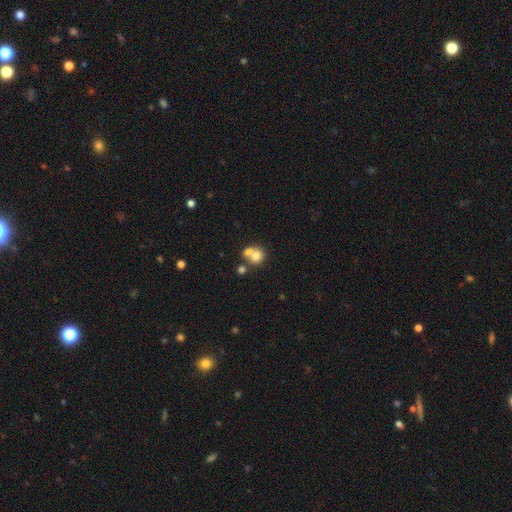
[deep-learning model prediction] Smooth or featured? Predicted: smooth (p=0.73). How rounded? Predicted: round (p=0.83). Merging? Predicted: merger (p=0.50).